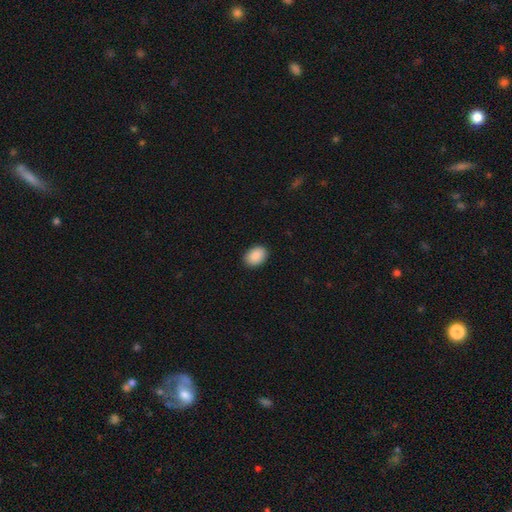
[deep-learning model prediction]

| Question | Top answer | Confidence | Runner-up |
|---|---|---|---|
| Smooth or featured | smooth | 90% | star or artifact (7%) |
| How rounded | in between | 81% | round (18%) |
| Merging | none | 90% | minor disturbance (7%) |